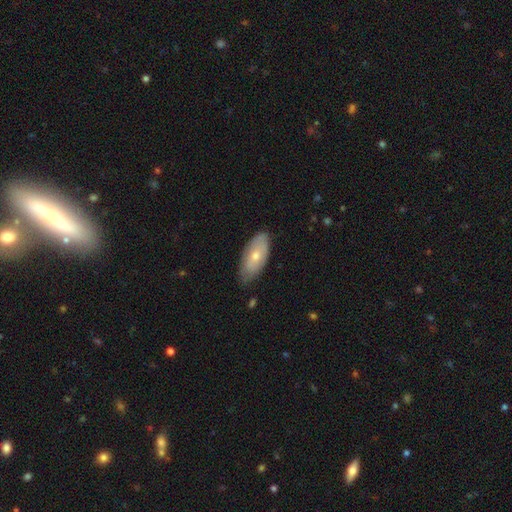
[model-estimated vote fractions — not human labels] Q: Smooth or featured?
A: smooth (62%); runner-up: featured or disk (32%)
Q: How rounded?
A: in between (89%); runner-up: cigar-shaped (9%)
Q: Merging?
A: none (72%); runner-up: minor disturbance (23%)